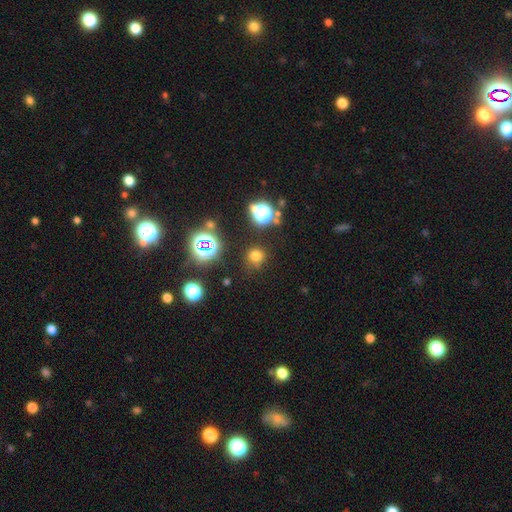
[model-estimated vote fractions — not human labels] A smooth galaxy with no disk features (67%) that is round (90%).

Vote fractions:
- Smooth or featured? smooth: 67% / star or artifact: 26% / featured or disk: 6%
- How rounded? round: 90% / in between: 9% / cigar-shaped: 1%
- Merging? none: 81% / minor disturbance: 11% / major disturbance: 4% / merger: 4%